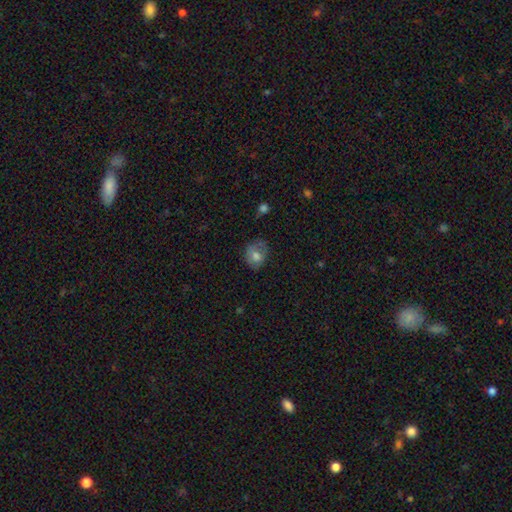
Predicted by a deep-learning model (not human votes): The model was most divided on "how rounded": round: 54%, in between: 45%, cigar-shaped: 1%. More confident: smooth or featured — smooth (71%); merging — none (62%).